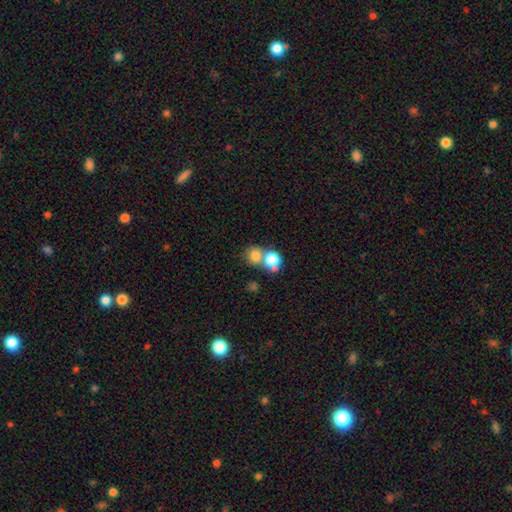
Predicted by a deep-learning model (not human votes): Q: Smooth or featured?
A: smooth (75%); runner-up: star or artifact (13%)
Q: How rounded?
A: round (76%); runner-up: in between (23%)
Q: Merging?
A: merger (52%); runner-up: none (37%)